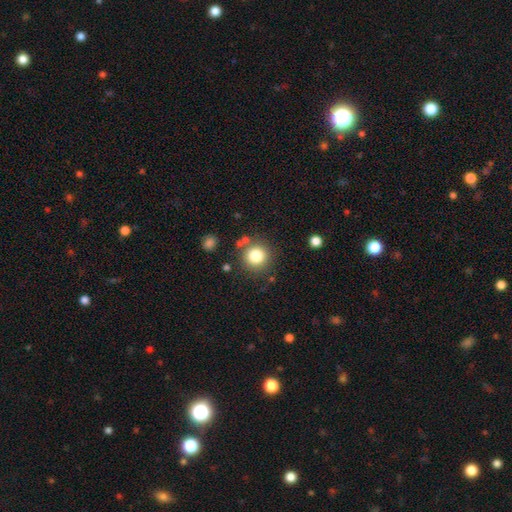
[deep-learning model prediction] smooth-or-featured: smooth: 81% | star or artifact: 11% | featured or disk: 8%
  how-rounded: round: 93% | in between: 6% | cigar-shaped: 1%
  merging: none: 81% | minor disturbance: 9% | merger: 6% | major disturbance: 4%